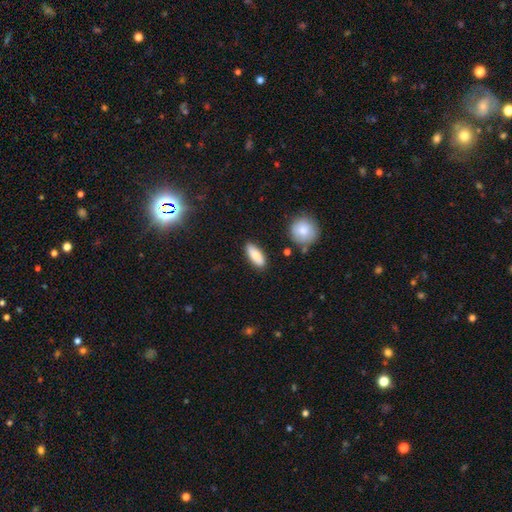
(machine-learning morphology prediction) Smooth or featured: smooth — 81% (featured or disk — 12%)
How rounded: in between — 72% (cigar-shaped — 26%)
Merging: none — 85% (minor disturbance — 10%)